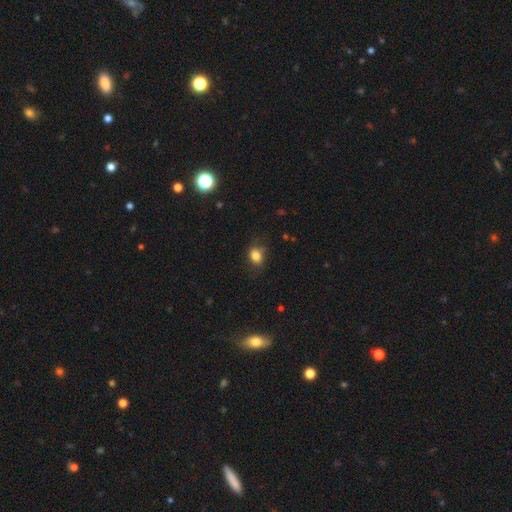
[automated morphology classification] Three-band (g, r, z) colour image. It shows a smooth galaxy with no disk features (81%) that is in between round and cigar-shaped (50%). Merging: none (69%).